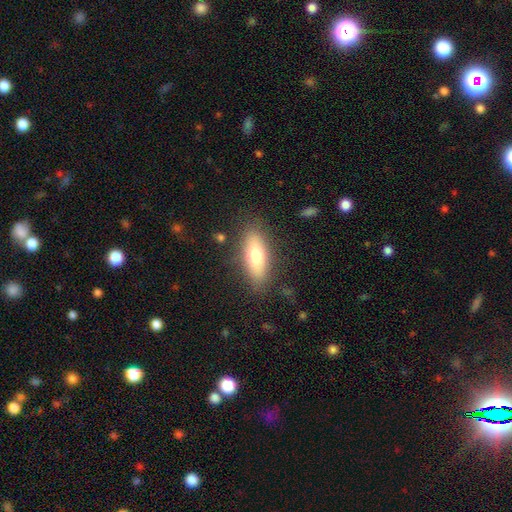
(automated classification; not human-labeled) Morphology: type=smooth (69%); roundness=in between (72%); merging=none (83%).